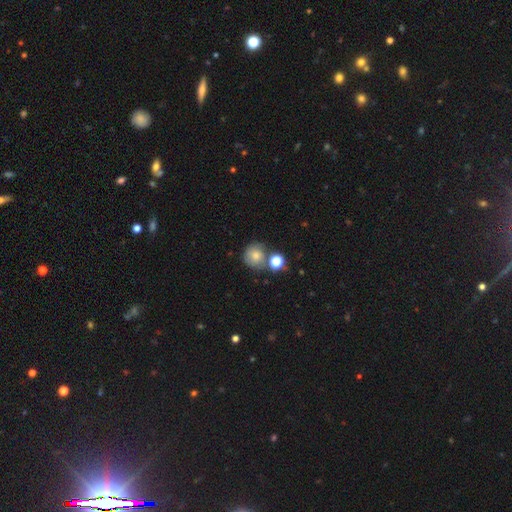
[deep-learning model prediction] Smooth or featured? smooth (70%)
How rounded? round (87%)
Merging? none (57%)